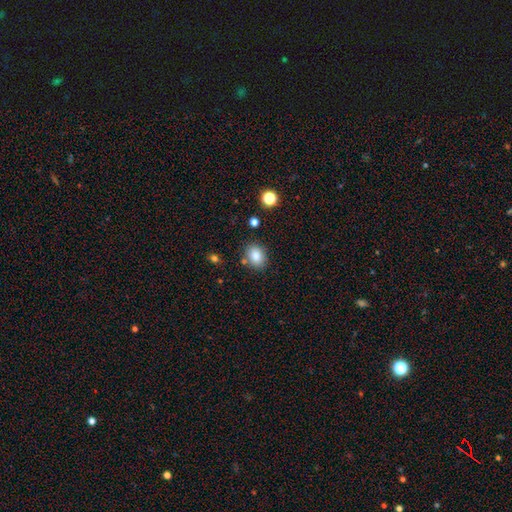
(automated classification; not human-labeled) smooth_or_featured: smooth (p=0.83) [alt: star or artifact p=0.10]
how_rounded: in between (p=0.58) [alt: round p=0.41]
merging: none (p=0.80) [alt: minor disturbance p=0.11]